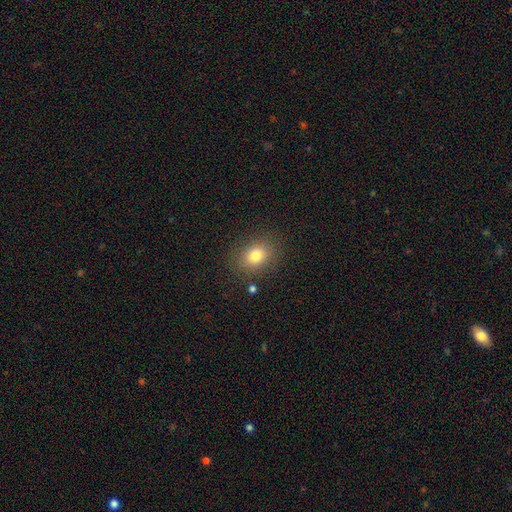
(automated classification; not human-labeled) This appears to be a smooth galaxy with no disk features (80%) that is in between round and cigar-shaped (58%). Merging: none (84%).